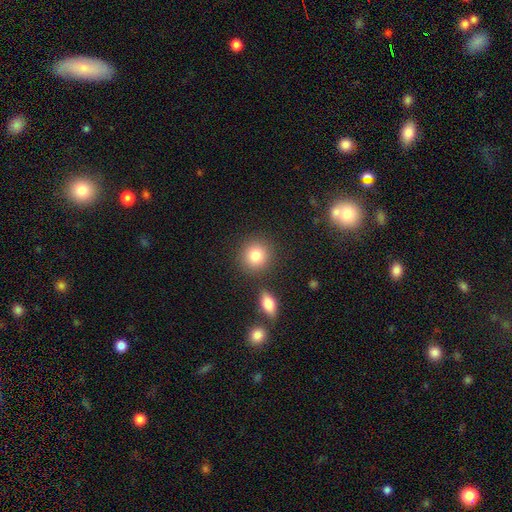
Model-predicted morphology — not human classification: smooth-or-featured: smooth: 82% | star or artifact: 10% | featured or disk: 8%
  how-rounded: round: 89% | in between: 10% | cigar-shaped: 1%
  merging: none: 82% | minor disturbance: 8% | merger: 7% | major disturbance: 3%